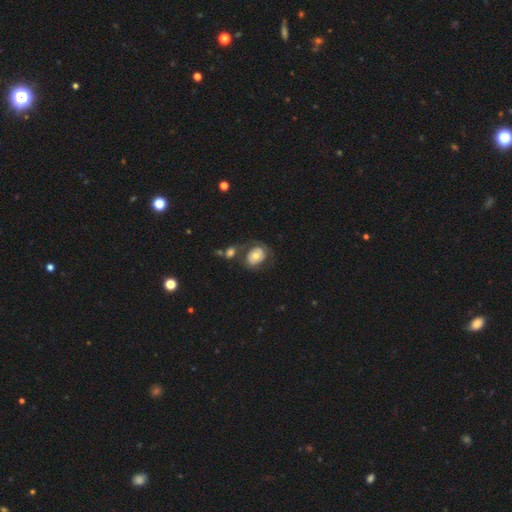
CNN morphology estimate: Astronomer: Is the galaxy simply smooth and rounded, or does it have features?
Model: smooth — 55% (runner-up: featured or disk, 38%).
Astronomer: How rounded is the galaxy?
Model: in between — 58% (runner-up: round, 40%).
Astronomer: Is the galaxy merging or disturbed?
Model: none — 46%.